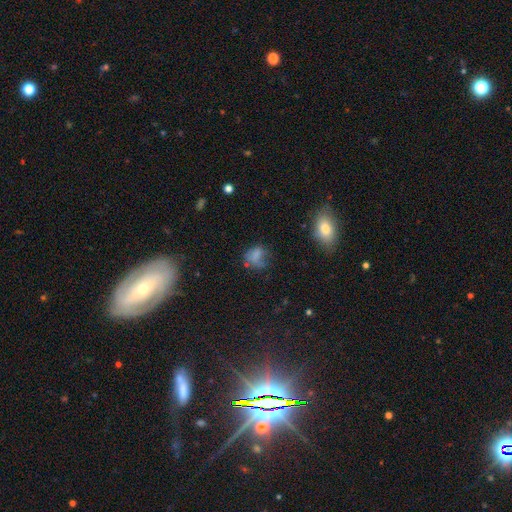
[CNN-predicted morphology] A smooth galaxy with no disk features (68%) that is in between round and cigar-shaped (58%).

Vote fractions:
- Smooth or featured? smooth: 68% / featured or disk: 16% / star or artifact: 16%
- How rounded? in between: 58% / round: 40% / cigar-shaped: 2%
- Merging? none: 41% / minor disturbance: 28% / major disturbance: 26% / merger: 6%